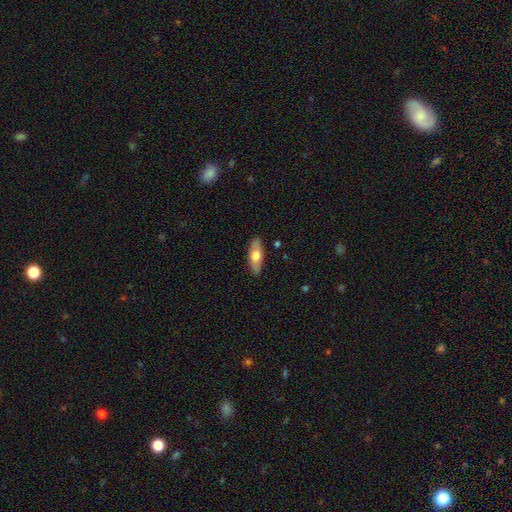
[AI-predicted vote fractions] This is likely a smooth galaxy (65%). How rounded: likely in between (73%). Merging: clearly none (87%).